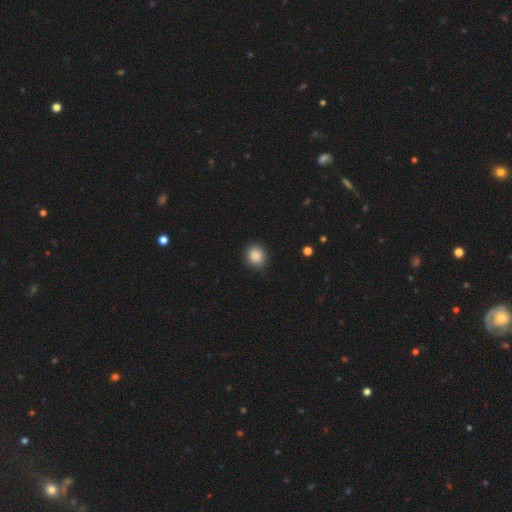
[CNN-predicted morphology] smooth_or_featured: smooth (p=0.88) [alt: star or artifact p=0.09]
how_rounded: round (p=0.78) [alt: in between p=0.21]
merging: none (p=0.87) [alt: minor disturbance p=0.10]